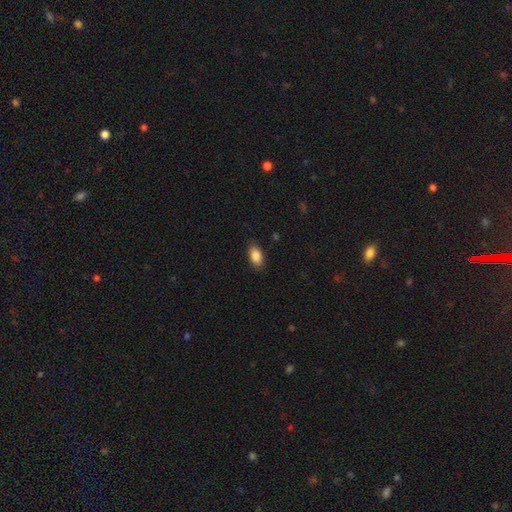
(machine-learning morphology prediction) A smooth galaxy with no disk features (88%) that is in between round and cigar-shaped (93%).

Vote fractions:
- Smooth or featured? smooth: 88% / star or artifact: 7% / featured or disk: 5%
- How rounded? in between: 93% / round: 4% / cigar-shaped: 3%
- Merging? none: 86% / minor disturbance: 10% / major disturbance: 2% / merger: 1%